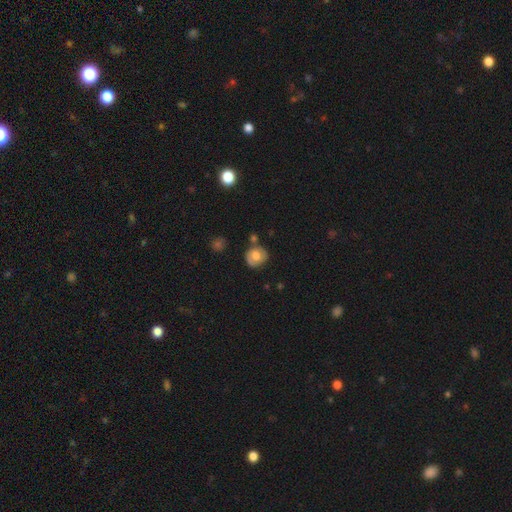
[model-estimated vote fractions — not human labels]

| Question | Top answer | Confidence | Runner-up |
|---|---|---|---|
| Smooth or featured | smooth | 57% | featured or disk (34%) |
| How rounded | round | 81% | in between (18%) |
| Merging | none | 72% | minor disturbance (17%) |